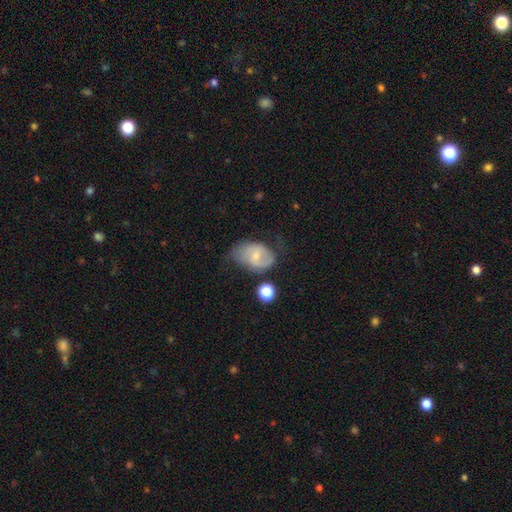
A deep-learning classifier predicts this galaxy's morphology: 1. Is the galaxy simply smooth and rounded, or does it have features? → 46% featured or disk, 45% smooth, 8% star or artifact.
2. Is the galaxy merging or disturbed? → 48% none, 32% minor disturbance, 16% major disturbance, 5% merger.